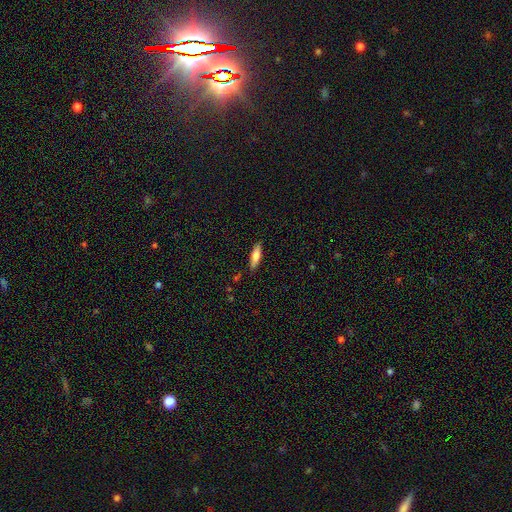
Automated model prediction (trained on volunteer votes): Q: Smooth or featured?
A: smooth (71%); runner-up: featured or disk (22%)
Q: How rounded?
A: cigar-shaped (60%); runner-up: in between (38%)
Q: Merging?
A: none (86%); runner-up: minor disturbance (11%)